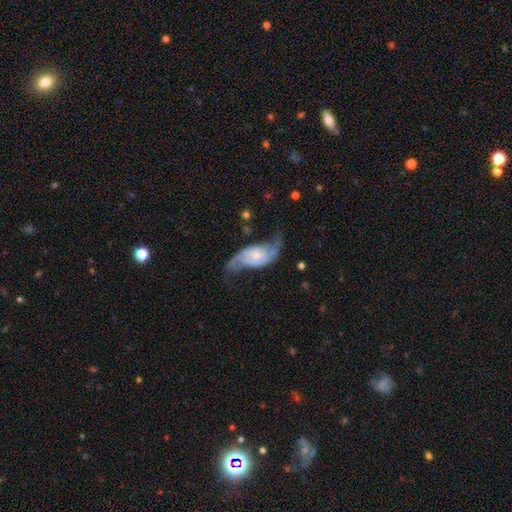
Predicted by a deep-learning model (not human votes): This is clearly a featured or disk galaxy (81%). It is clearly not viewed edge-on (95%). Bar: possibly no (54%). Spiral arm pattern: clearly yes (93%). Spiral arm count: clearly 2 (91%). Spiral winding: likely loose (63%). Central bulge: possibly small (55%). Merging: possibly none (57%).